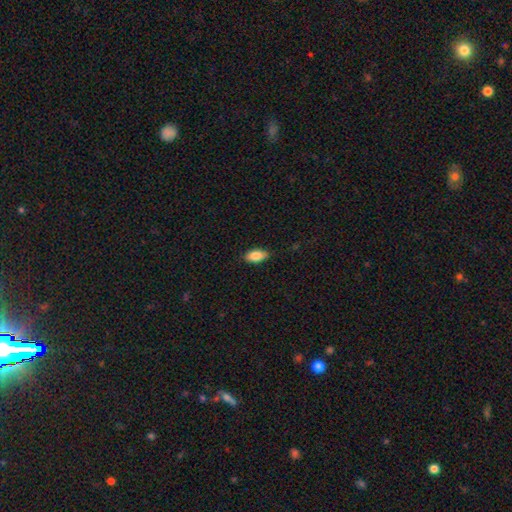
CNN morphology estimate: A smooth galaxy with no disk features (85%) that is in between round and cigar-shaped (91%). Merging: none (86%).